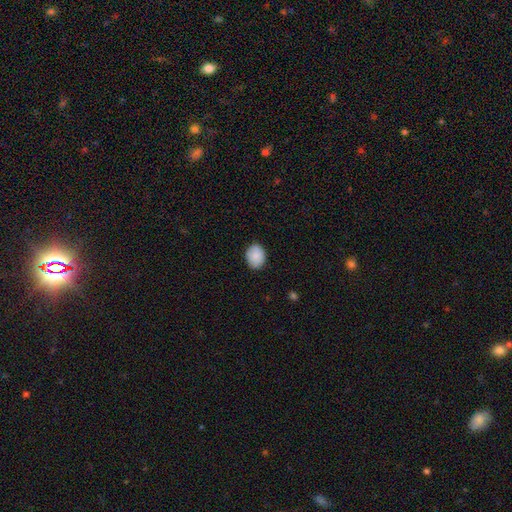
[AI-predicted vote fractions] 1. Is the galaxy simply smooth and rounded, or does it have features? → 90% smooth, 7% star or artifact, 3% featured or disk.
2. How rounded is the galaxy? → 63% in between, 36% round, 1% cigar-shaped.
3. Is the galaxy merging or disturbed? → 87% none, 10% minor disturbance, 2% major disturbance, 1% merger.